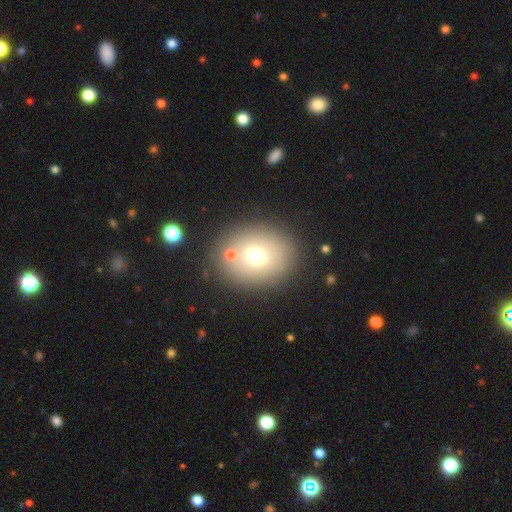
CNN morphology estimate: Overall: smooth (68%). How rounded: round (59%; in between 40%). Merging: none (79%).